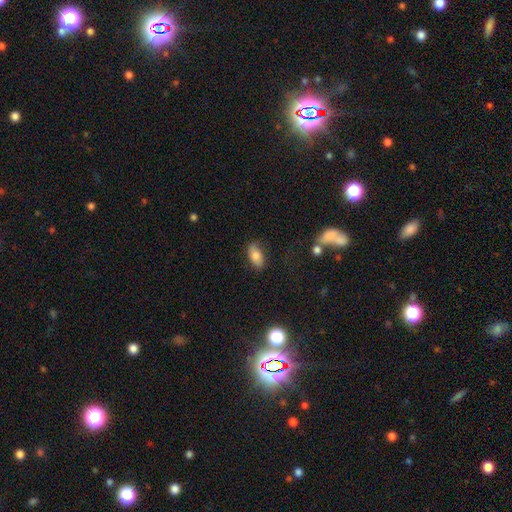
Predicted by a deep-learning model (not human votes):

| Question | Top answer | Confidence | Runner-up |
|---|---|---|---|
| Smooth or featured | smooth | 78% | featured or disk (13%) |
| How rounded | in between | 90% | cigar-shaped (6%) |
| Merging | none | 79% | minor disturbance (15%) |